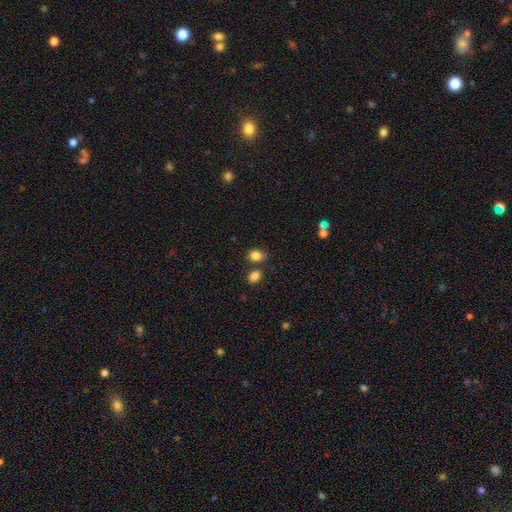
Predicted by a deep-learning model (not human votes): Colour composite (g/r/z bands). It shows a smooth galaxy with no disk features (84%) that is round (52%). Merging: none (67%).